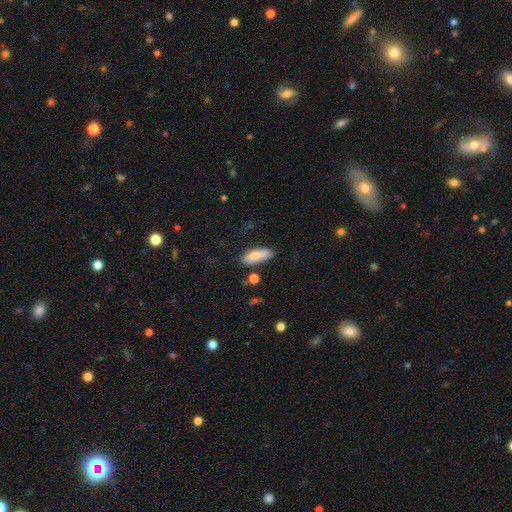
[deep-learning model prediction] Smooth or featured? smooth (75%)
How rounded? in between (65%)
Merging? none (67%)